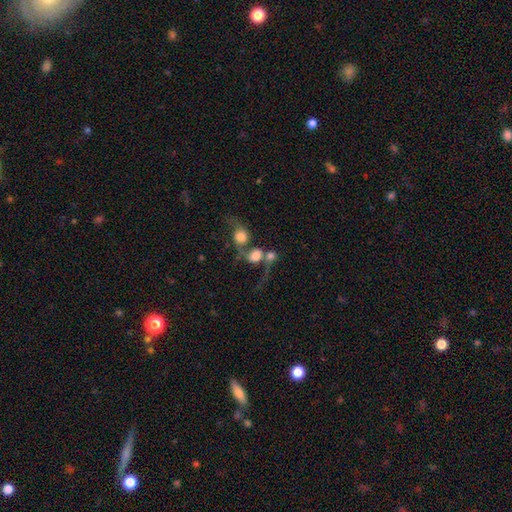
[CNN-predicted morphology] Smooth or featured? Predicted: smooth (p=0.55). How rounded? Predicted: round (p=0.70). Merging? Predicted: merger (p=0.65).